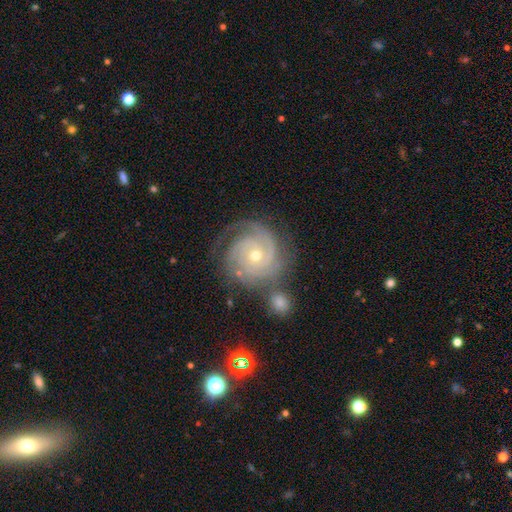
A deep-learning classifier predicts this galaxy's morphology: This is clearly a featured or disk galaxy (90%). It is clearly not viewed edge-on (98%). Bar: likely no (76%). Spiral arm pattern: clearly yes (98%). Spiral arm count: marginally 3 (41%). Spiral winding: clearly tight (80%). Central bulge: possibly small (57%). Merging: likely none (68%).